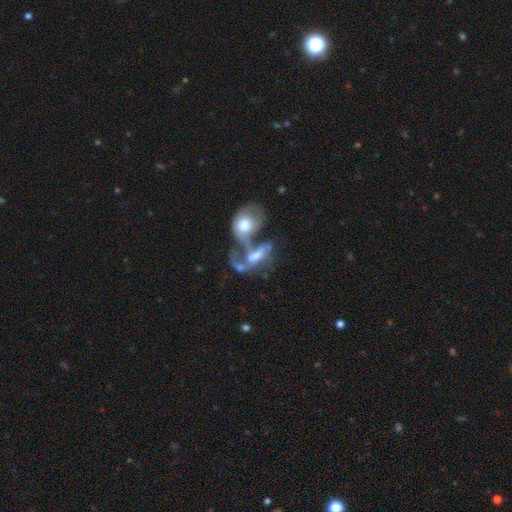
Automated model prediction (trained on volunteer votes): Smooth or featured: featured or disk — 51% (smooth — 39%)
Edge-on disk: no — 90% (yes — 10%)
Merging: merger — 70% (major disturbance — 17%)